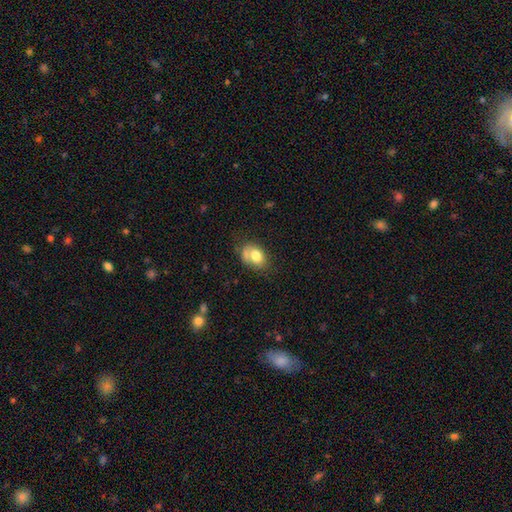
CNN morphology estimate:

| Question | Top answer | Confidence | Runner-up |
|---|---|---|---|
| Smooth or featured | smooth | 74% | featured or disk (17%) |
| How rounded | in between | 75% | round (24%) |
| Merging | none | 44% | minor disturbance (27%) |